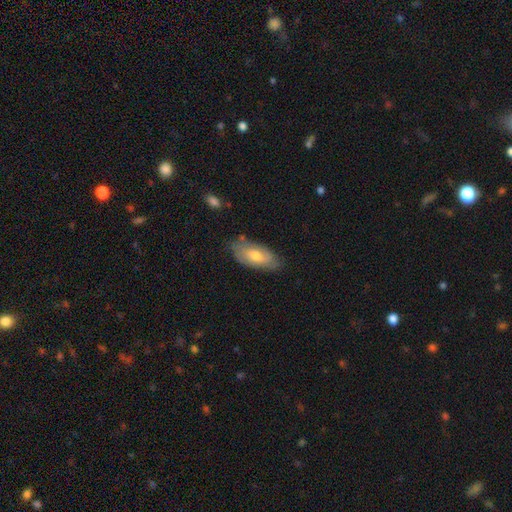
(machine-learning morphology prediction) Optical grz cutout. It shows a smooth galaxy with no disk features (55%) that is in between round and cigar-shaped (88%). Merging: none (73%).